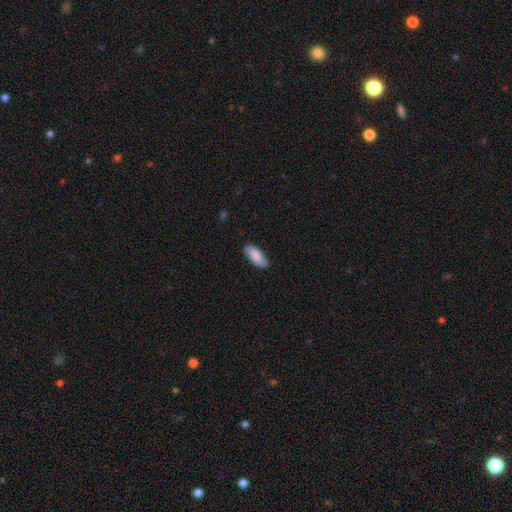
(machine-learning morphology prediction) This is clearly a smooth galaxy (81%). How rounded: clearly in between (84%). Merging: clearly none (83%).